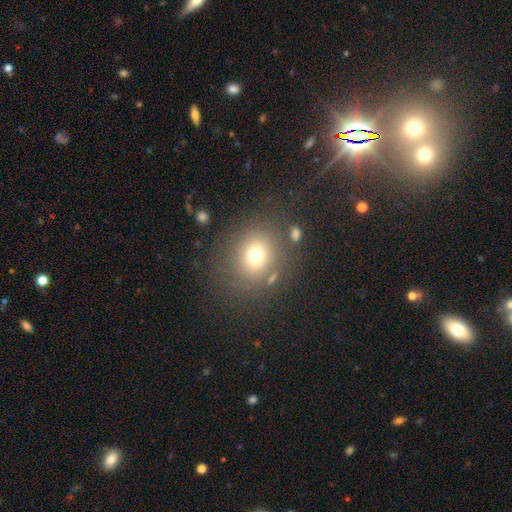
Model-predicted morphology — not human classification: smooth_or_featured: smooth (p=0.72) [alt: star or artifact p=0.17]
how_rounded: round (p=0.77) [alt: in between p=0.23]
merging: none (p=0.77) [alt: minor disturbance p=0.11]